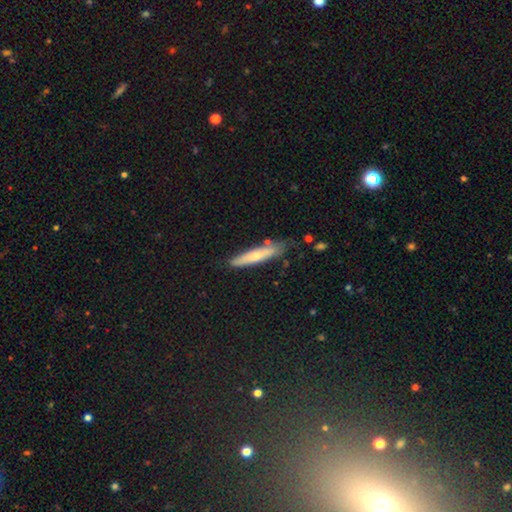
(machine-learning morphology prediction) This appears to be a smooth galaxy with no disk features (56%) that is cigar-shaped (86%). Merging: none (75%).